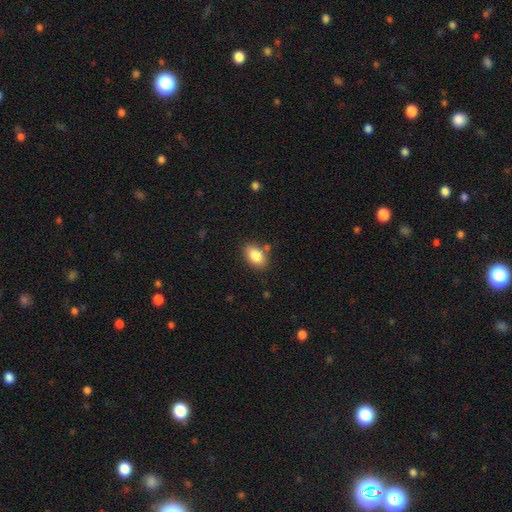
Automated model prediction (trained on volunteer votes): Overall: smooth (85%). How rounded: in between (85%). Merging: none (78%).